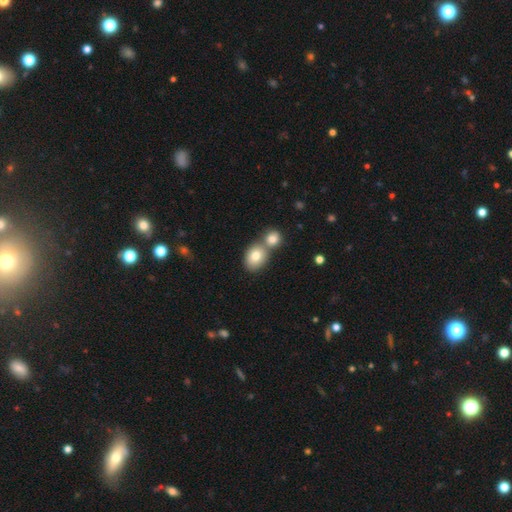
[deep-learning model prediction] A smooth galaxy with no disk features (78%) that is in between round and cigar-shaped (55%). Merging: merger (46%).